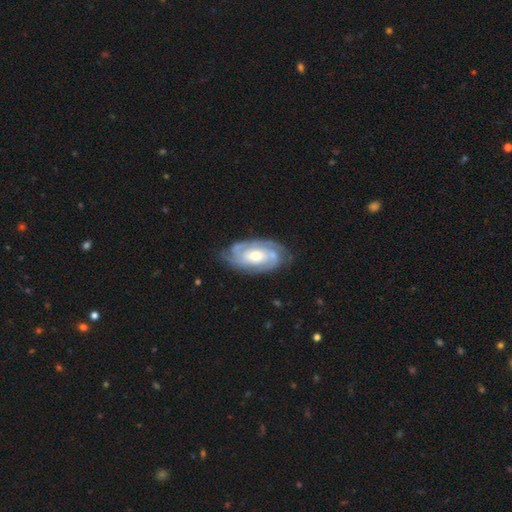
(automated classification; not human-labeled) Smooth or featured: featured or disk — 85% (smooth — 10%)
Edge-on disk: no — 95% (yes — 5%)
Bar: no — 59% (weak — 31%)
Spiral arms: yes — 96% (no — 4%)
Spiral winding: tight — 66% (medium — 28%)
Spiral arm count: 2 — 30% (3 — 29%)
Bulge size: moderate — 66% (small — 23%)
Merging: none — 75% (minor disturbance — 18%)